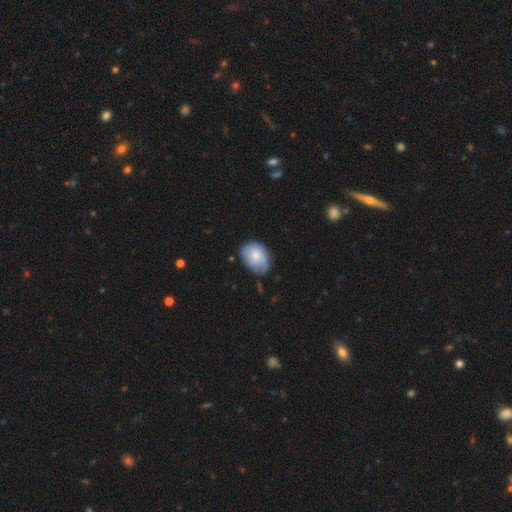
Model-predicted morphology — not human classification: Smooth or featured? Predicted: smooth (p=0.64). How rounded? Predicted: in between (p=0.68). Merging? Predicted: none (p=0.56).